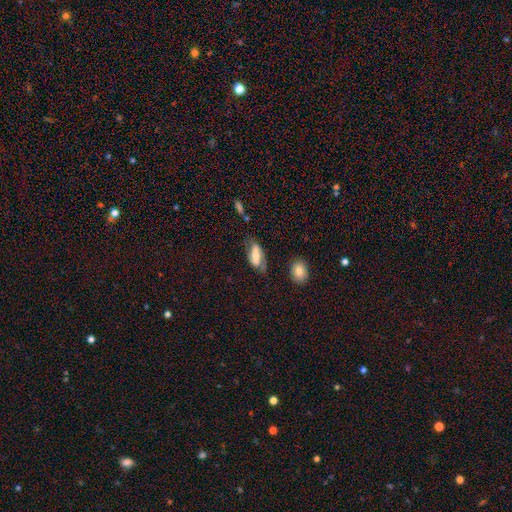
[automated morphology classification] Smooth or featured? Predicted: featured or disk (p=0.50). Edge-on disk? Predicted: no (p=0.86). Merging? Predicted: none (p=0.61).